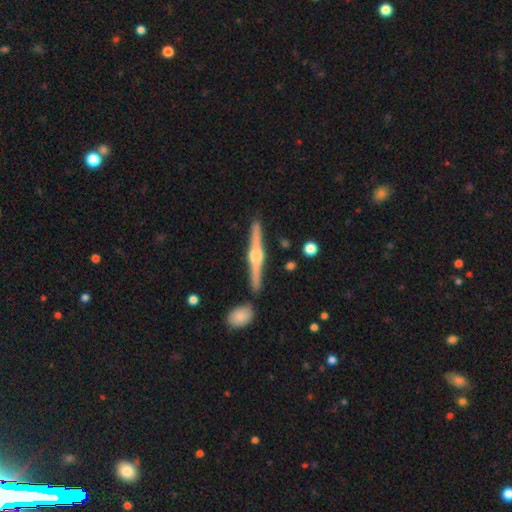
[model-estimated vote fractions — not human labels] This is clearly a featured or disk galaxy (84%). It is clearly viewed edge-on (98%). Edge-on bulge: clearly rounded (94%). Merging: clearly none (89%).